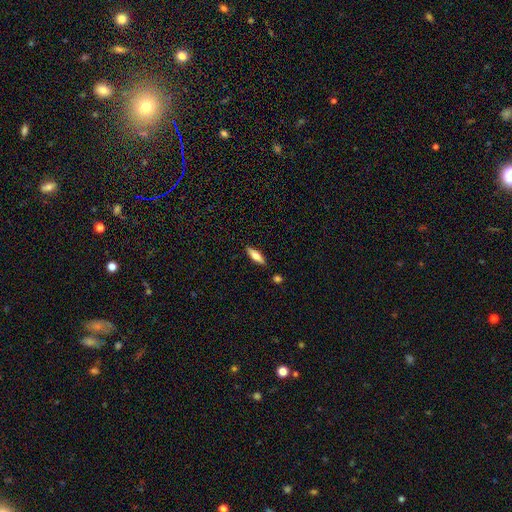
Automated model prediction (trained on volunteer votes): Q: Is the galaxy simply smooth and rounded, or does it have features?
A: smooth — 65%.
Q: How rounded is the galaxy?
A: cigar-shaped — 57%.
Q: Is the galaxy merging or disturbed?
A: none — 87%.